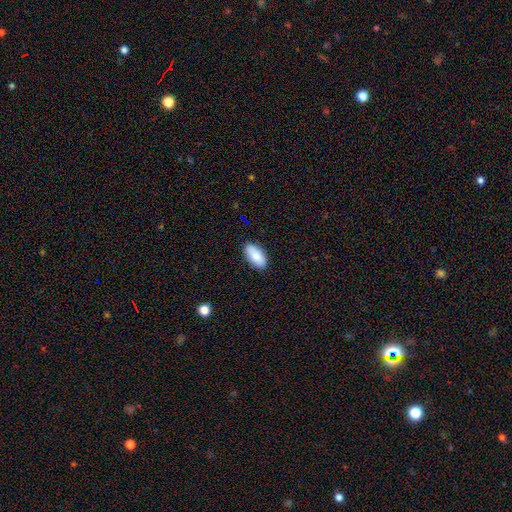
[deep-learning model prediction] This appears to be a smooth galaxy with no disk features (87%) that is in between round and cigar-shaped (92%). Merging: none (88%).